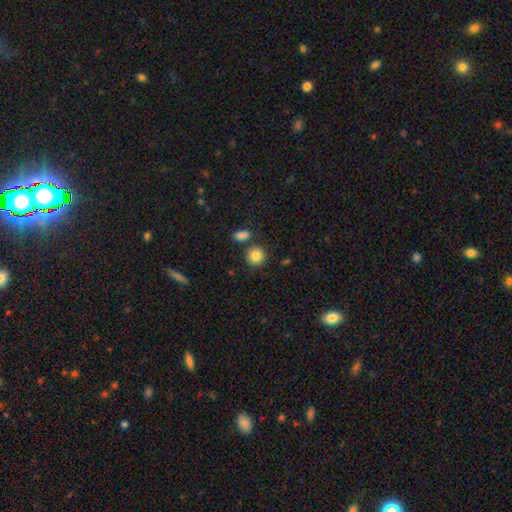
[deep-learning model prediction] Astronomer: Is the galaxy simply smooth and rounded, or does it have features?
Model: smooth — 85%.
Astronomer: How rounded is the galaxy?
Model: round — 88%.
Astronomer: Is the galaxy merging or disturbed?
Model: none — 78%.